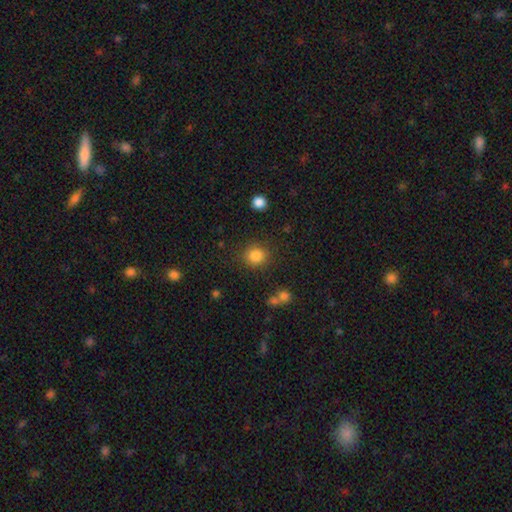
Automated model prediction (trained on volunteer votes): Smooth or featured? Predicted: smooth (p=0.84). How rounded? Predicted: round (p=0.84). Merging? Predicted: none (p=0.85).